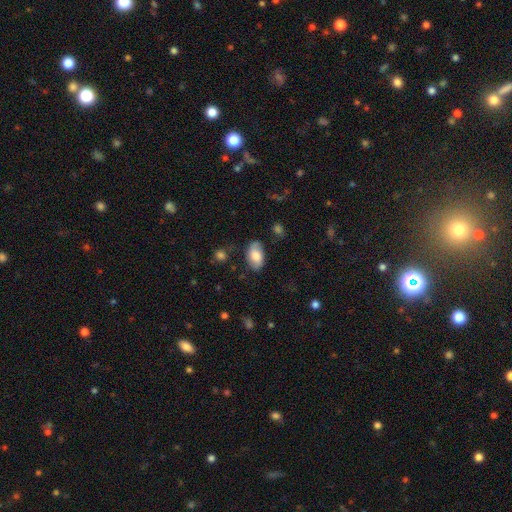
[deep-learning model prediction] Smooth or featured? smooth (71%)
How rounded? in between (93%)
Merging? none (74%)